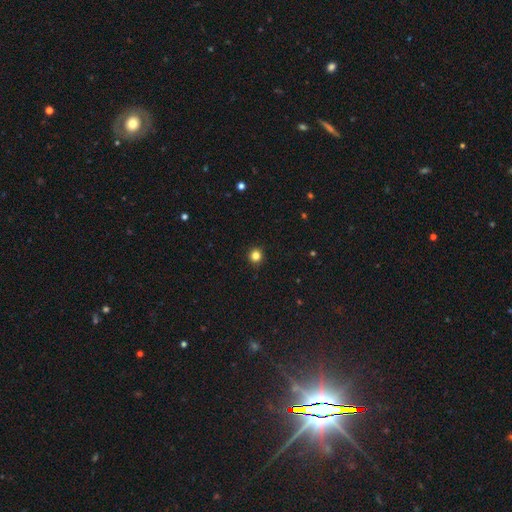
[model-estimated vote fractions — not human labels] The model was most divided on "smooth or featured": smooth: 83%, star or artifact: 13%, featured or disk: 4%. More confident: merging — none (93%); how rounded — round (92%).